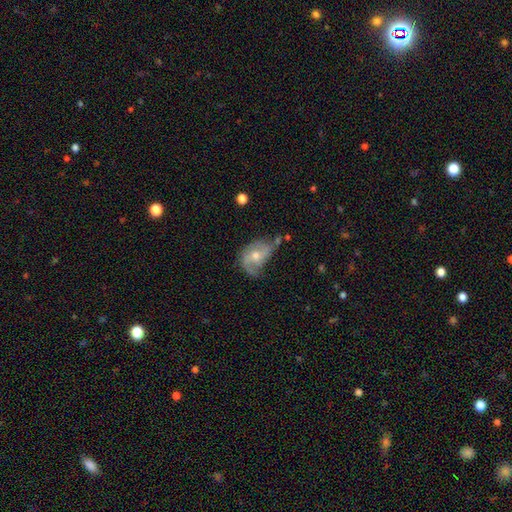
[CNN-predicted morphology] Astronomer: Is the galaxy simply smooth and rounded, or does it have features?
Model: featured or disk — 69%.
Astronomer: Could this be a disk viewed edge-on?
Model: no — 96%.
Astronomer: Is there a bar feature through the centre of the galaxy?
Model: no — 63%.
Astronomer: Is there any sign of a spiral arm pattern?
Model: yes — 85%.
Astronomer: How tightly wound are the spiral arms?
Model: loose — 40%, tied with medium at 40%.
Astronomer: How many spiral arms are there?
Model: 2 — 63%.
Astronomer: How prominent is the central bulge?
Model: moderate — 60%.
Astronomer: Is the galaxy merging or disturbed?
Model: none — 41% (runner-up: minor disturbance, 33%).